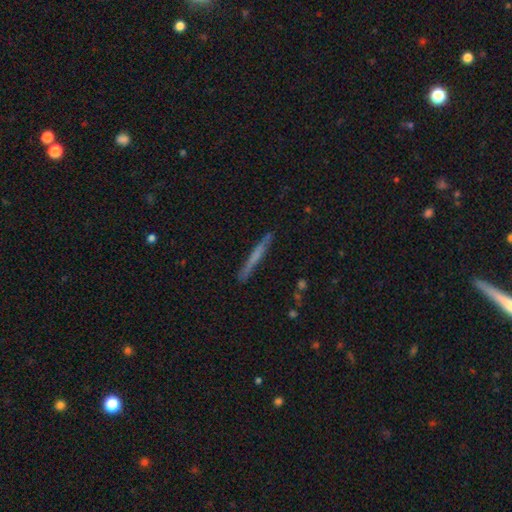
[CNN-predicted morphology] Smooth or featured: smooth — 49% (featured or disk — 44%)
Merging: none — 89% (minor disturbance — 8%)